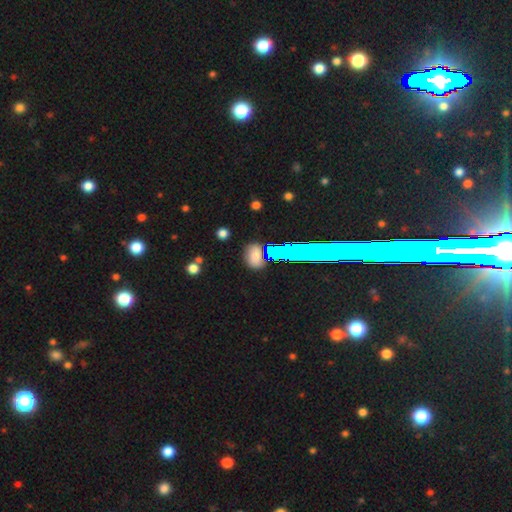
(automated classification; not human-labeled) A smooth galaxy with no disk features (68%) that is in between round and cigar-shaped (73%).

Vote fractions:
- Smooth or featured? smooth: 68% / star or artifact: 17% / featured or disk: 14%
- How rounded? in between: 73% / round: 23% / cigar-shaped: 4%
- Merging? none: 68% / minor disturbance: 18% / merger: 7% / major disturbance: 7%